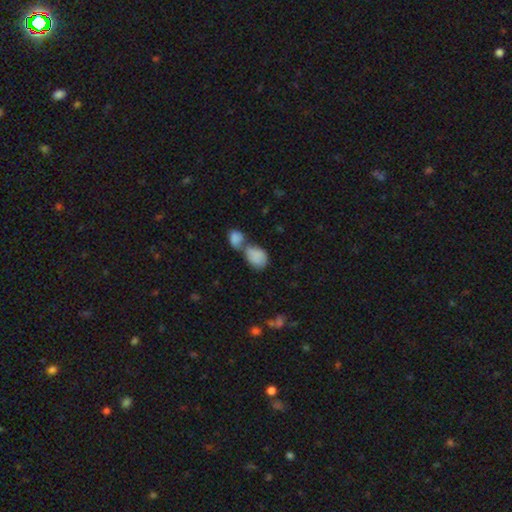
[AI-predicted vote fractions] smooth 84%, featured or disk 9%, star or artifact 7%. Down the decision tree: how rounded — in between (80%); merging — merger (67%).